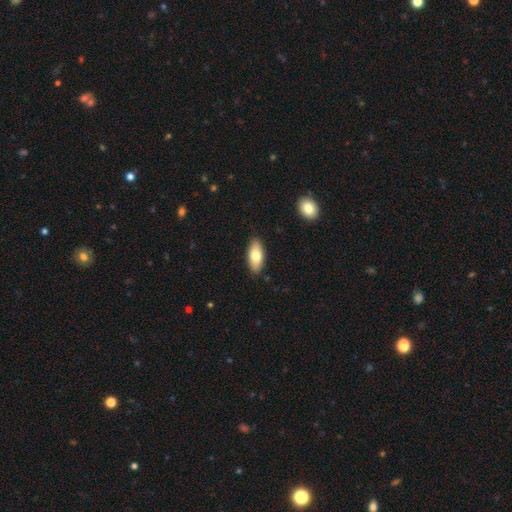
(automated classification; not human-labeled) The model was most divided on "smooth or featured": smooth: 76%, featured or disk: 18%, star or artifact: 6%. More confident: merging — none (88%); how rounded — in between (87%).